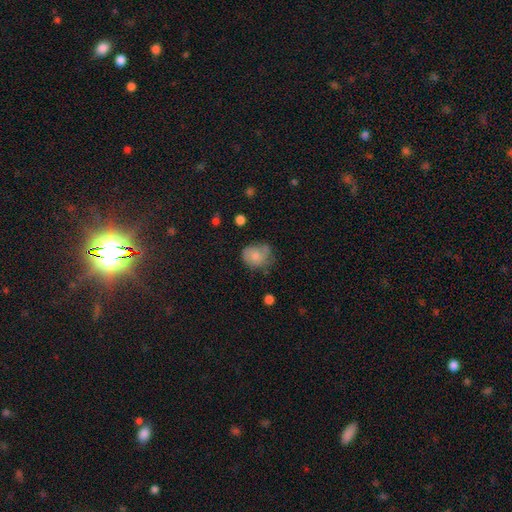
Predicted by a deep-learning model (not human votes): Smooth or featured?
  - smooth: 66% *
  - featured or disk: 26%
  - star or artifact: 9%
How rounded?
  - round: 57% *
  - in between: 42%
  - cigar-shaped: 1%
Merging?
  - none: 44% *
  - minor disturbance: 34%
  - major disturbance: 19%
  - merger: 4%